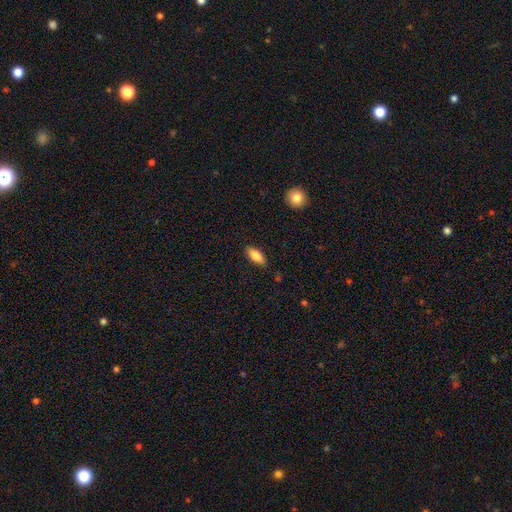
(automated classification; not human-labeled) This is clearly a smooth galaxy (83%). How rounded: likely in between (79%). Merging: clearly none (86%).